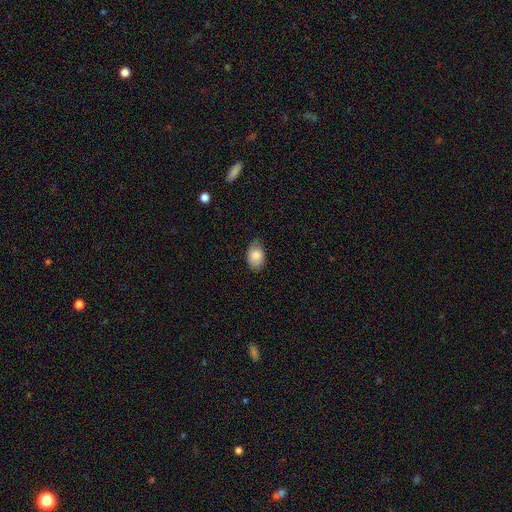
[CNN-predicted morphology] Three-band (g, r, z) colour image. It shows a smooth galaxy with no disk features (83%) that is in between round and cigar-shaped (88%). Merging: none (76%).